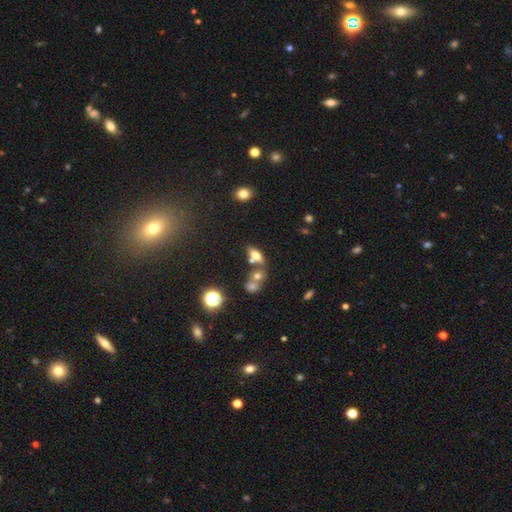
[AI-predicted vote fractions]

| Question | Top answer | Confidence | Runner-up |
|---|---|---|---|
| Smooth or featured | smooth | 59% | featured or disk (25%) |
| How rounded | in between | 67% | cigar-shaped (23%) |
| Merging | none | 50% | merger (32%) |